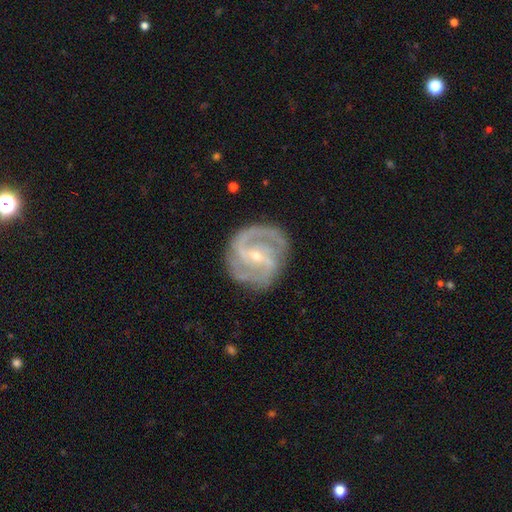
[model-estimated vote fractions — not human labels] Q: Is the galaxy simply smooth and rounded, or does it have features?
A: featured or disk — 90%.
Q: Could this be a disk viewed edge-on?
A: no — 97%.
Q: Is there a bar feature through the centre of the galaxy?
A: strong — 42%.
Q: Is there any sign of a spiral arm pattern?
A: yes — 97%.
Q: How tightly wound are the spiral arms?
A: medium — 53%.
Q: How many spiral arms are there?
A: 2 — 64%.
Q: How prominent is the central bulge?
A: small — 72%.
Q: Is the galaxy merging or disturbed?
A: none — 79%.